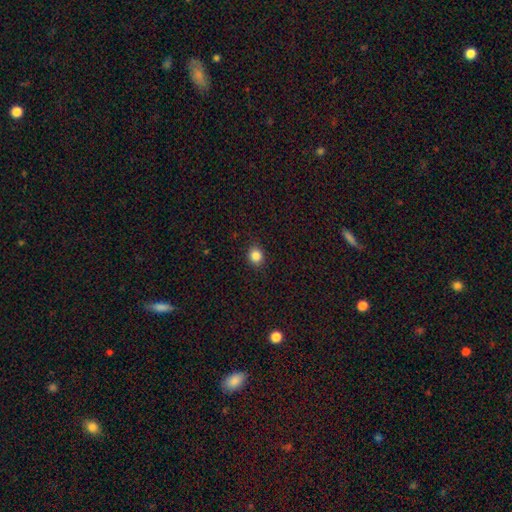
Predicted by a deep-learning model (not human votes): A smooth galaxy with no disk features (85%) that is round (74%).

Vote fractions:
- Smooth or featured? smooth: 85% / star or artifact: 11% / featured or disk: 4%
- How rounded? round: 74% / in between: 25% / cigar-shaped: 1%
- Merging? none: 88% / minor disturbance: 9% / major disturbance: 2% / merger: 1%